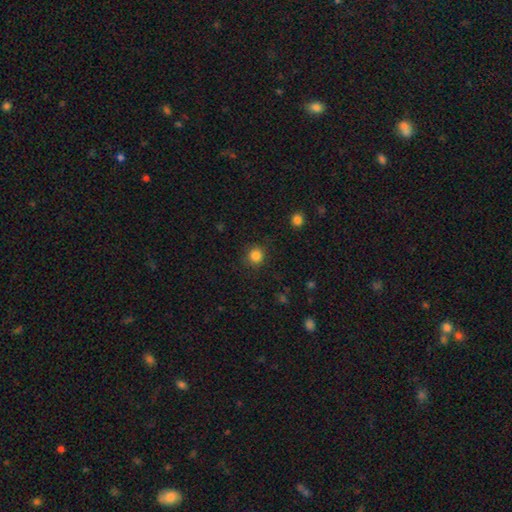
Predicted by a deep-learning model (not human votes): smooth 84%, star or artifact 12%, featured or disk 4%. Down the decision tree: how rounded — round (92%); merging — none (89%).